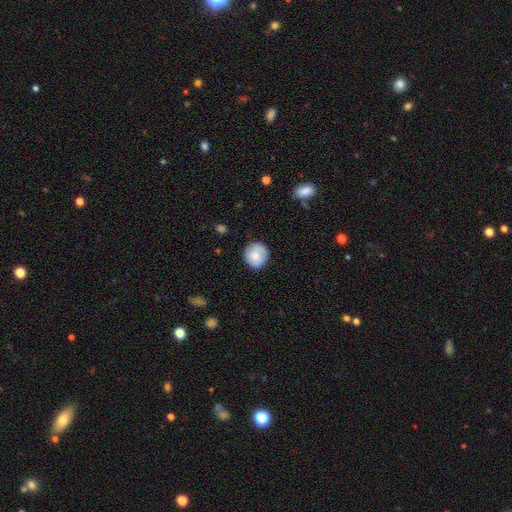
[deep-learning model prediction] A smooth galaxy with no disk features (75%) that is round (87%). Merging: none (80%).